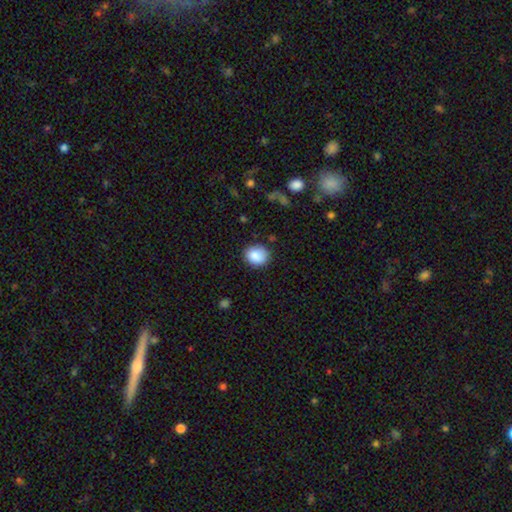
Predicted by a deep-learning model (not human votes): smooth-or-featured: smooth: 87% | star or artifact: 8% | featured or disk: 5%
  how-rounded: round: 69% | in between: 30% | cigar-shaped: 1%
  merging: none: 83% | minor disturbance: 13% | major disturbance: 3% | merger: 2%